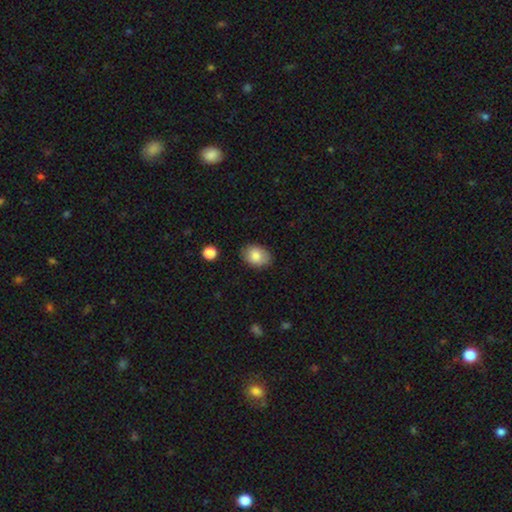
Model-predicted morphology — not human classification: A smooth galaxy with no disk features (83%) that is in between round and cigar-shaped (72%).

Vote fractions:
- Smooth or featured? smooth: 83% / featured or disk: 9% / star or artifact: 8%
- How rounded? in between: 72% / round: 27% / cigar-shaped: 1%
- Merging? none: 82% / minor disturbance: 13% / major disturbance: 3% / merger: 1%